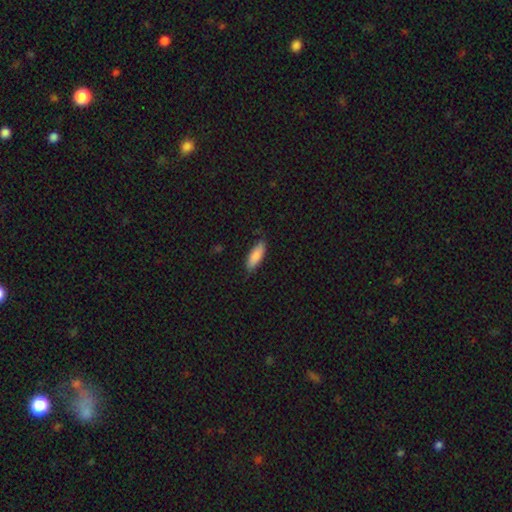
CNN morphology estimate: This appears to be a smooth galaxy with no disk features (87%) that is in between round and cigar-shaped (66%). Merging: none (81%).